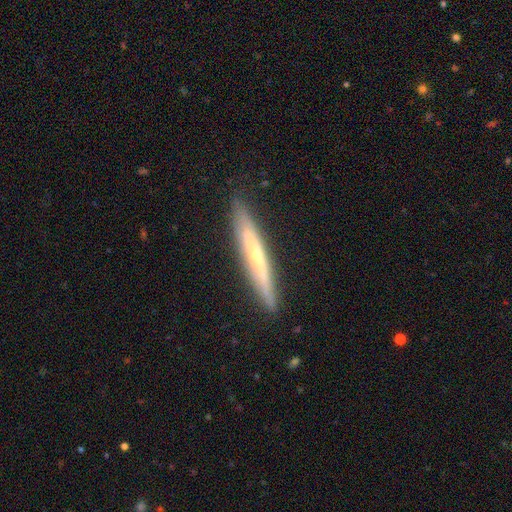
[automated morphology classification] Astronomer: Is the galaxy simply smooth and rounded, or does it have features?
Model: featured or disk — 62%.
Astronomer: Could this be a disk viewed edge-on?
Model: yes — 92%.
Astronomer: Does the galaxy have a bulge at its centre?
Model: rounded — 57% (runner-up: none, 39%).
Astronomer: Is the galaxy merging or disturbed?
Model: none — 88%.